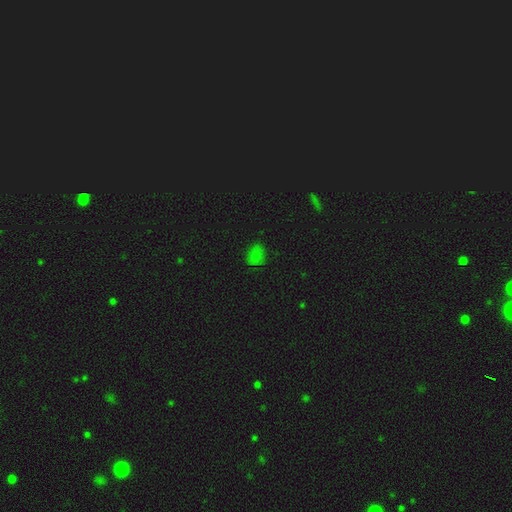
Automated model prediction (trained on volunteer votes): A smooth galaxy with no disk features (72%) that is round (69%). Merging: none (76%).